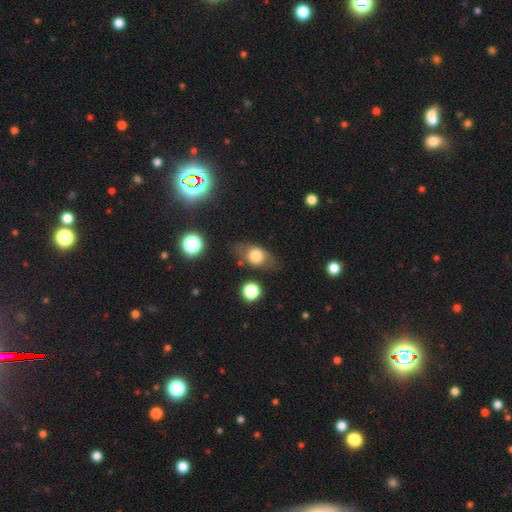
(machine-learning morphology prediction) type=smooth (66%); roundness=in between (67%); merging=none (70%).